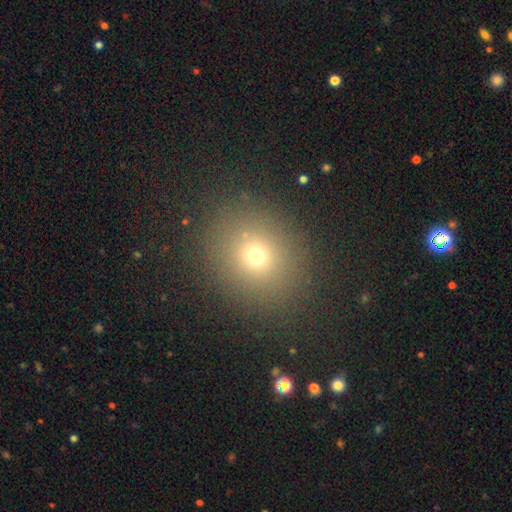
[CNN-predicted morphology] Smooth or featured? Predicted: smooth (p=0.68). How rounded? Predicted: round (p=0.77). Merging? Predicted: none (p=0.86).